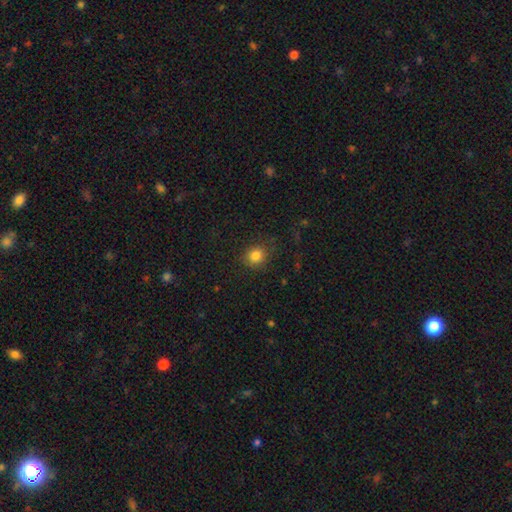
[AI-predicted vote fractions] This is clearly a smooth galaxy (83%). How rounded: clearly round (80%). Merging: clearly none (83%).